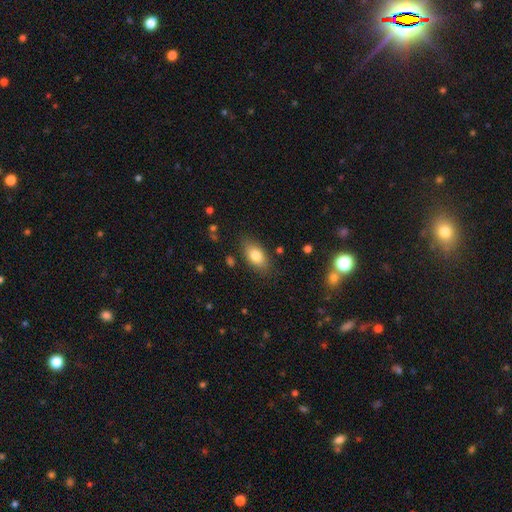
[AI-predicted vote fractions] The model was most divided on "merging": none: 82%, minor disturbance: 13%, major disturbance: 3%, merger: 2%. More confident: how rounded — in between (89%); smooth or featured — smooth (81%).